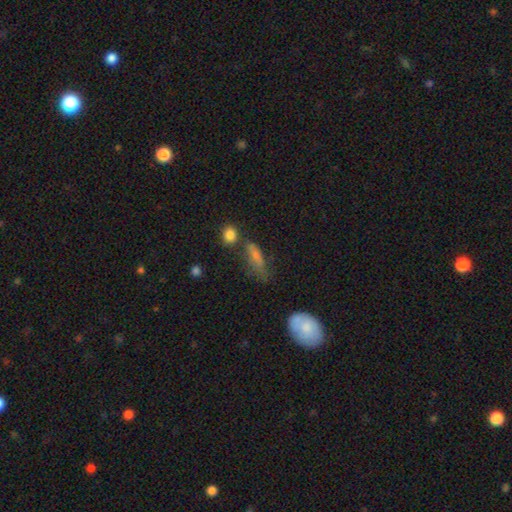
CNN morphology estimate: The model was most divided on "how rounded" (2-way tie): cigar-shaped: 46%, in between: 46%, round: 8%. Remaining: smooth or featured — smooth (61%); merging — none (46%).